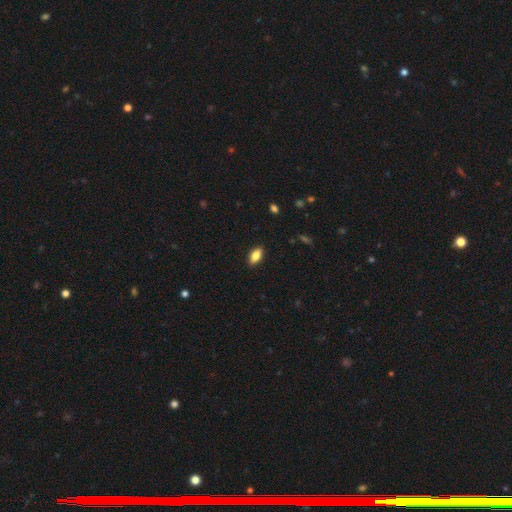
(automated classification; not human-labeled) Smooth or featured: smooth — 81% (featured or disk — 12%)
How rounded: in between — 88% (cigar-shaped — 9%)
Merging: none — 89% (minor disturbance — 9%)